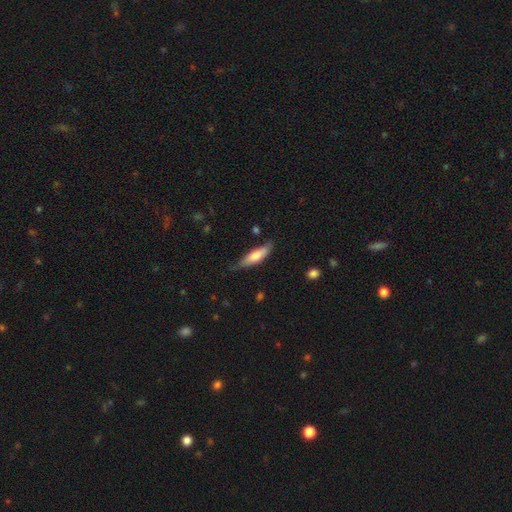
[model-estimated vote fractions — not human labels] Smooth or featured: smooth — 65% (featured or disk — 29%)
How rounded: cigar-shaped — 62% (in between — 37%)
Merging: none — 65% (minor disturbance — 28%)